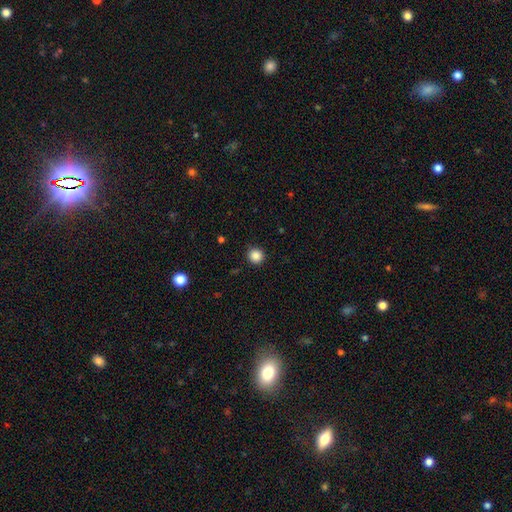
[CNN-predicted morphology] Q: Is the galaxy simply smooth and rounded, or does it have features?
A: smooth — 87%.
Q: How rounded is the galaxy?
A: round — 94%.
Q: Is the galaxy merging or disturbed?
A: none — 92%.